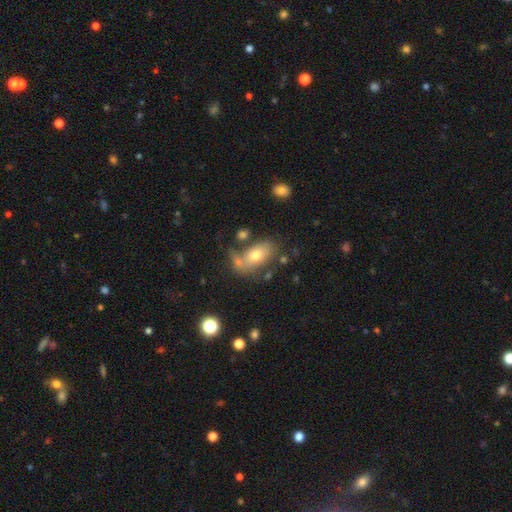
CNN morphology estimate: Smooth or featured? smooth (67%)
How rounded? in between (88%)
Merging? none (54%)